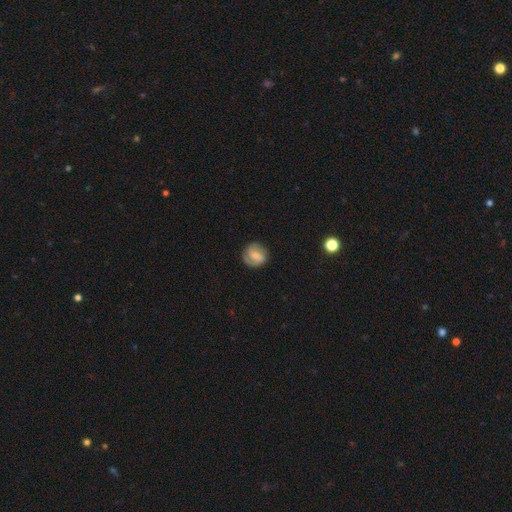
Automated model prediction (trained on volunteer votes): Smooth or featured? Predicted: featured or disk (p=0.65). Edge-on disk? Predicted: no (p=0.98). Bar? Predicted: weak (p=0.51). Spiral arms? Predicted: yes (p=0.92). Spiral winding? Predicted: medium (p=0.44). Spiral arm count? Predicted: 2 (p=0.75). Bulge size? Predicted: small (p=0.46). Merging? Predicted: none (p=0.80).